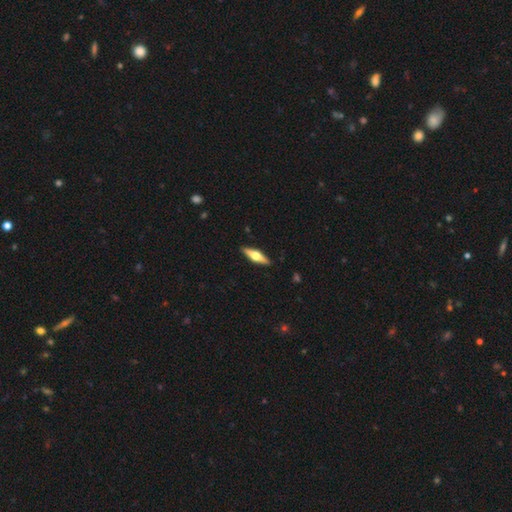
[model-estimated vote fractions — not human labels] The model was most divided on "smooth or featured": featured or disk: 65%, smooth: 29%, star or artifact: 5%. More confident: edge-on disk — yes (97%); edge-on bulge — rounded (95%); merging — none (91%).